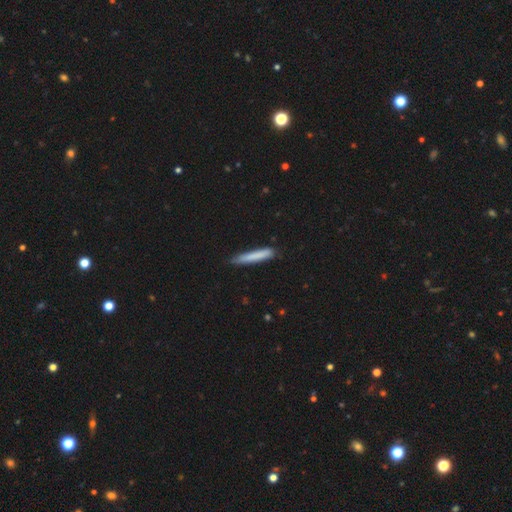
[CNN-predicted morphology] type=smooth (79%); roundness=cigar-shaped (95%); merging=none (81%).